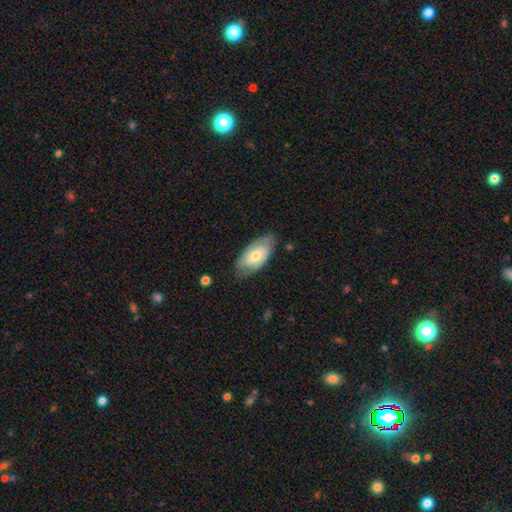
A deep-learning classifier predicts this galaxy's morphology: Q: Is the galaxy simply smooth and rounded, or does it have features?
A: featured or disk — 57%.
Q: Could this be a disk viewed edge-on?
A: no — 91%.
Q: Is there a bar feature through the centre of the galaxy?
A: no — 48%.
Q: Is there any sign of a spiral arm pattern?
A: yes — 79%.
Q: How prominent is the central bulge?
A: moderate — 55%.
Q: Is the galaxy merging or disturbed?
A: none — 76%.